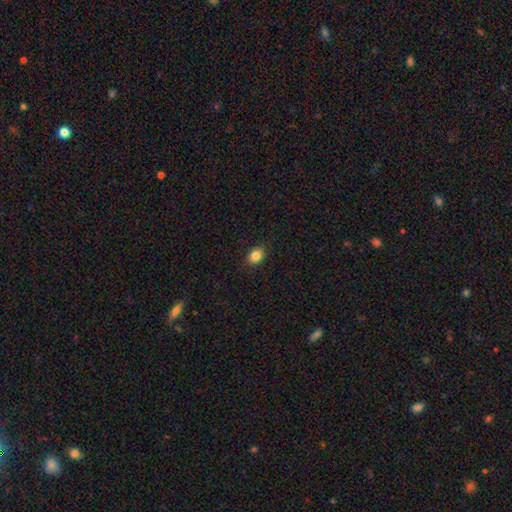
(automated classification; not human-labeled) Overall: smooth (85%). How rounded: in between (69%; round 30%). Merging: none (89%).